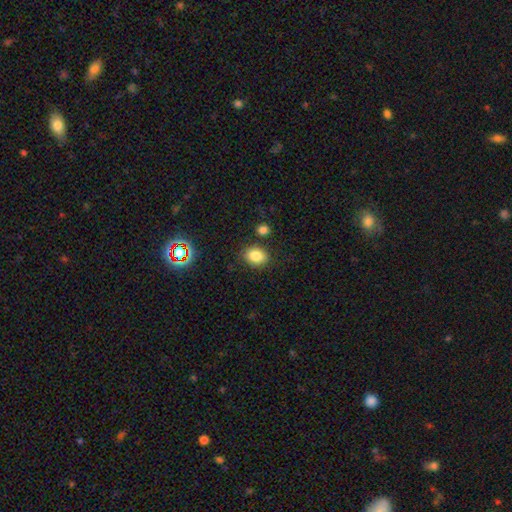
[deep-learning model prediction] smooth-or-featured: smooth: 82% | star or artifact: 12% | featured or disk: 6%
  how-rounded: in between: 59% | round: 40% | cigar-shaped: 1%
  merging: none: 80% | minor disturbance: 11% | merger: 6% | major disturbance: 3%